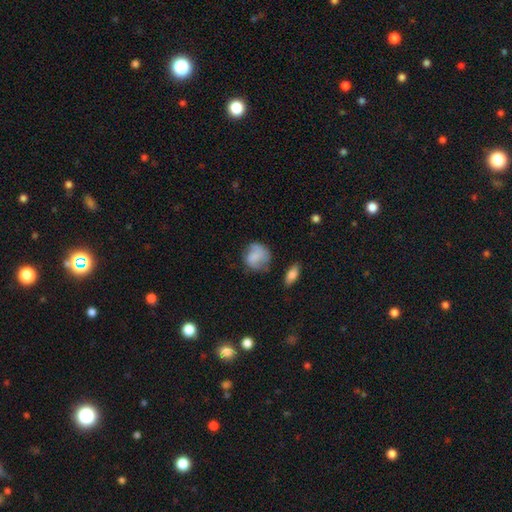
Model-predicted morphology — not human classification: The model was most divided on "merging": none: 55%, minor disturbance: 28%, major disturbance: 13%, merger: 4%. More confident: how rounded — round (71%); smooth or featured — smooth (68%).